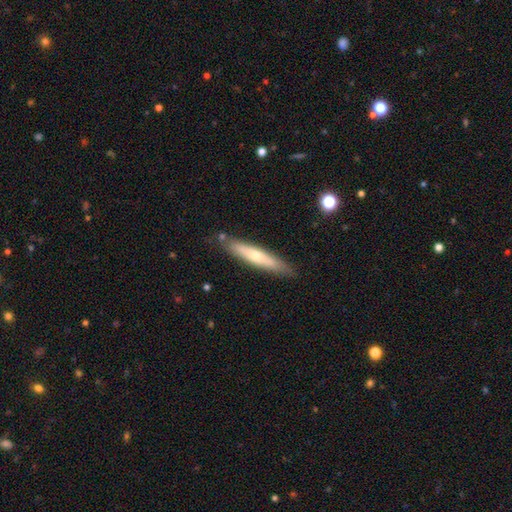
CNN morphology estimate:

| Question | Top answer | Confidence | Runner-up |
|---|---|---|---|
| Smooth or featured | smooth | 50% | featured or disk (44%) |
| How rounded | cigar-shaped | 89% | in between (10%) |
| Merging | none | 83% | minor disturbance (12%) |